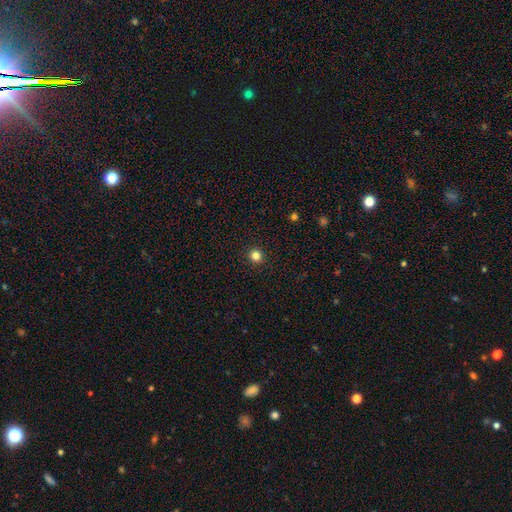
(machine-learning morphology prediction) smooth-or-featured: smooth: 83% | star or artifact: 13% | featured or disk: 4%
  how-rounded: round: 93% | in between: 6% | cigar-shaped: 1%
  merging: none: 94% | minor disturbance: 4% | major disturbance: 1% | merger: 1%